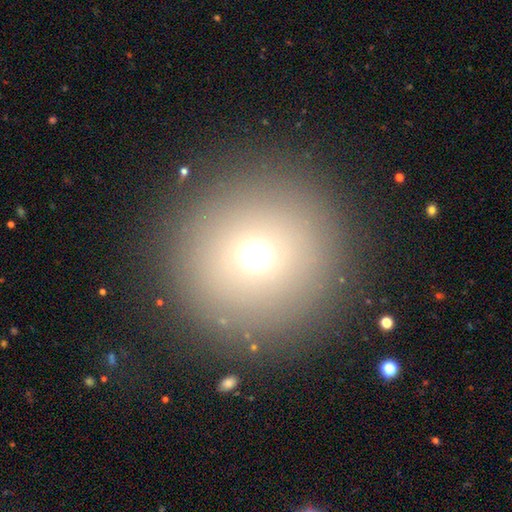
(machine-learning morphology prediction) smooth 66%, star or artifact 22%, featured or disk 12%. Down the decision tree: how rounded — round (90%); merging — none (88%).